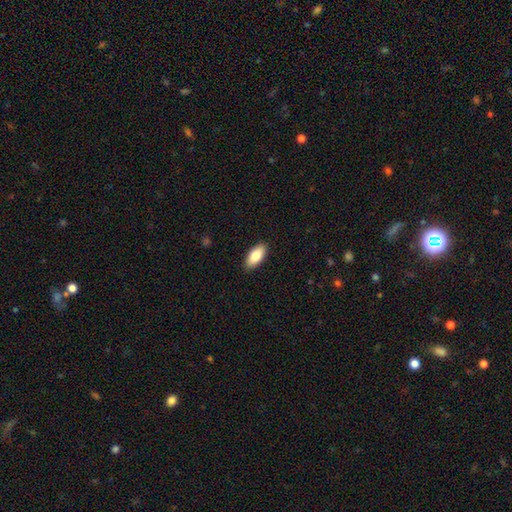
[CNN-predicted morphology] The model was most divided on "smooth or featured": smooth: 82%, featured or disk: 12%, star or artifact: 6%. More confident: merging — none (90%); how rounded — in between (89%).